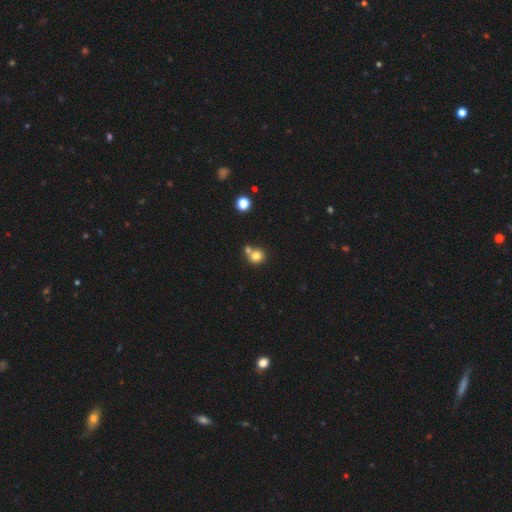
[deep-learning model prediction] Smooth or featured? smooth (79%)
How rounded? round (84%)
Merging? none (49%)